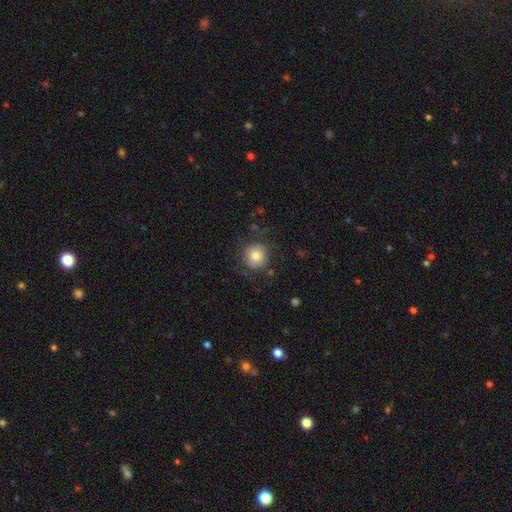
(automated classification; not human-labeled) A smooth galaxy with no disk features (74%) that is round (90%).

Vote fractions:
- Smooth or featured? smooth: 74% / featured or disk: 18% / star or artifact: 8%
- How rounded? round: 90% / in between: 9% / cigar-shaped: 1%
- Merging? none: 71% / minor disturbance: 17% / major disturbance: 10% / merger: 2%